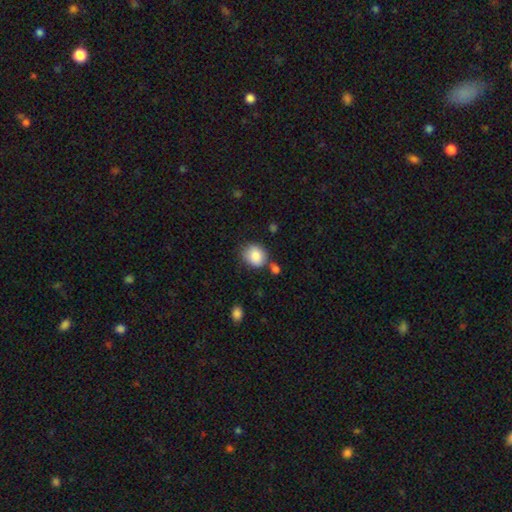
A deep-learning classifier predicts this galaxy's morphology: smooth-or-featured: smooth: 86% | star or artifact: 8% | featured or disk: 6%
  how-rounded: round: 70% | in between: 29% | cigar-shaped: 1%
  merging: none: 66% | minor disturbance: 18% | merger: 12% | major disturbance: 5%